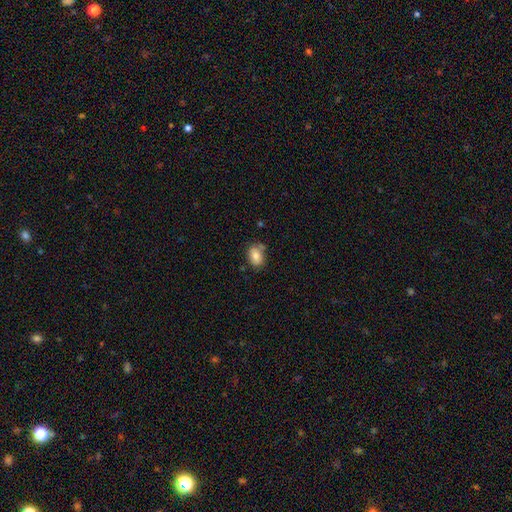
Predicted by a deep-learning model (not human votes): This appears to be a smooth galaxy with no disk features (81%) that is in between round and cigar-shaped (81%). Merging: none (68%).